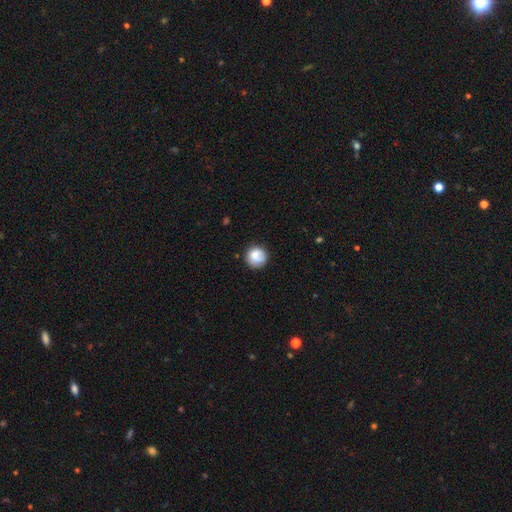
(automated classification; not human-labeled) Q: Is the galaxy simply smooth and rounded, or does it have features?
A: smooth — 80%.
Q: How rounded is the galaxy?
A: round — 92%.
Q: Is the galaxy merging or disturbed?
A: none — 76%.